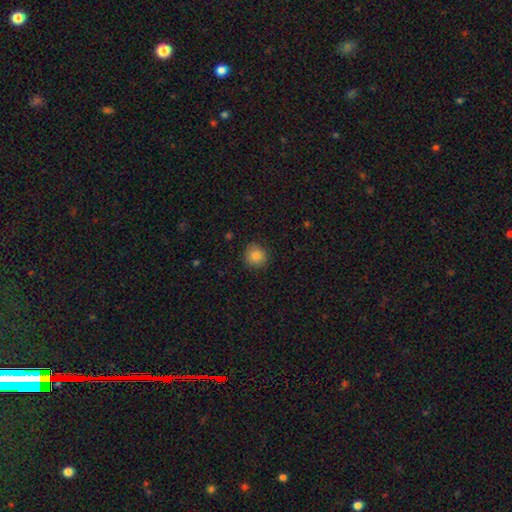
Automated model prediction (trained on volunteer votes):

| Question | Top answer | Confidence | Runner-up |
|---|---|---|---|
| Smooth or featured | smooth | 85% | star or artifact (10%) |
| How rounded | round | 89% | in between (10%) |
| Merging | none | 88% | minor disturbance (8%) |